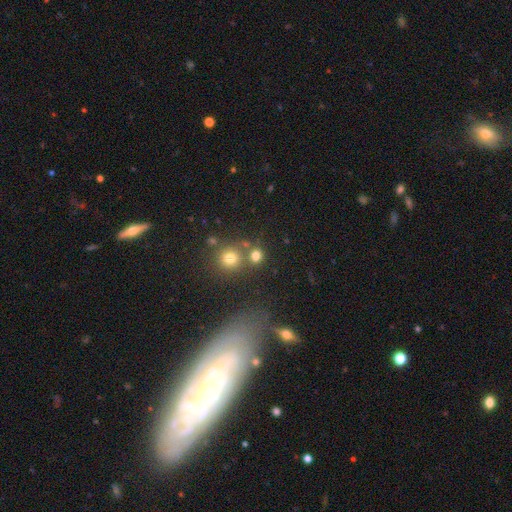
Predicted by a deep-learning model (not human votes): Smooth or featured? smooth (75%)
How rounded? round (85%)
Merging? none (66%)